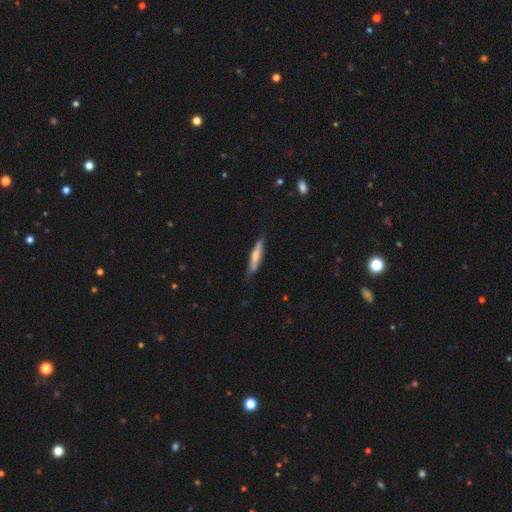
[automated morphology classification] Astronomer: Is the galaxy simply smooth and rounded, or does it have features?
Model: smooth — 58% (runner-up: featured or disk, 37%).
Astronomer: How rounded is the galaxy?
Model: cigar-shaped — 86%.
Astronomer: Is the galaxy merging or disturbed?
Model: none — 79%.